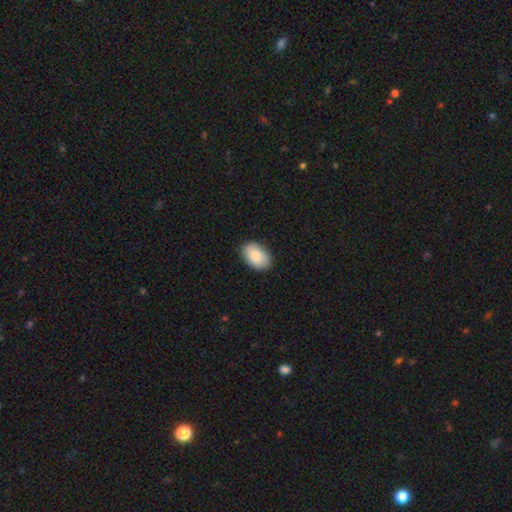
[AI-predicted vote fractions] A smooth galaxy with no disk features (84%) that is in between round and cigar-shaped (90%). Merging: none (86%).